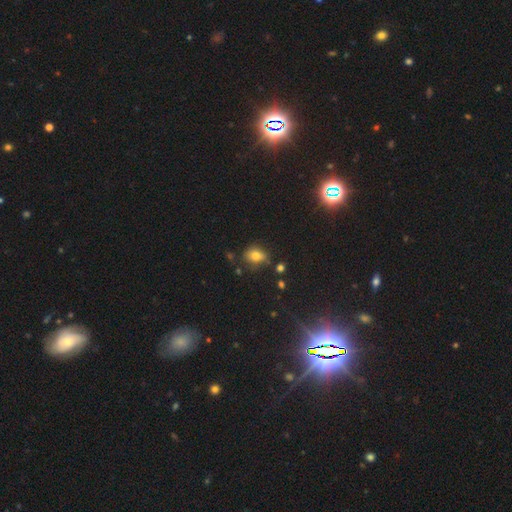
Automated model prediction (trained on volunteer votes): A smooth galaxy with no disk features (76%) that is in between round and cigar-shaped (58%).

Vote fractions:
- Smooth or featured? smooth: 76% / star or artifact: 14% / featured or disk: 10%
- How rounded? in between: 58% / round: 40% / cigar-shaped: 2%
- Merging? none: 65% / minor disturbance: 23% / major disturbance: 6% / merger: 6%